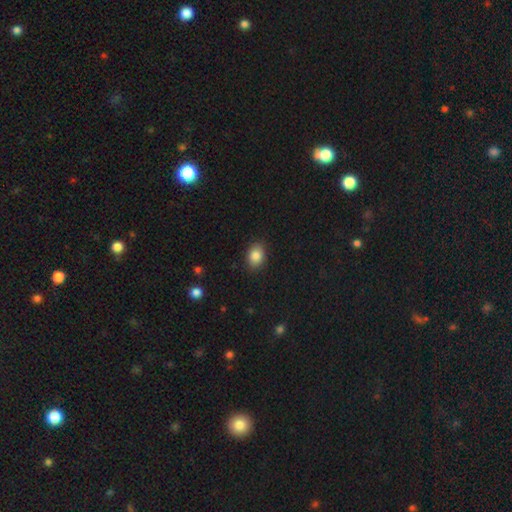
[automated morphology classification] This appears to be a smooth galaxy with no disk features (85%) that is in between round and cigar-shaped (69%). Merging: none (87%).